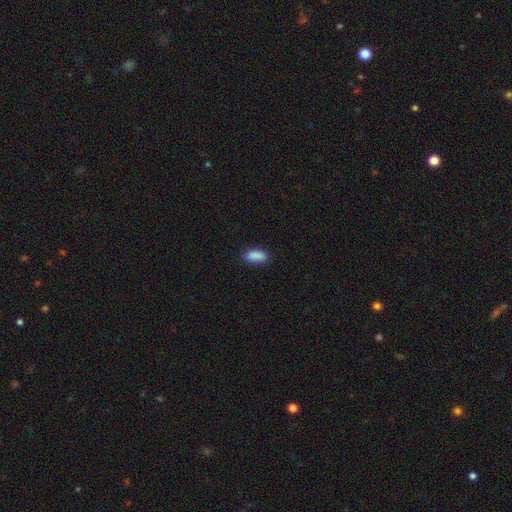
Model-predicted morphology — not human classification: smooth_or_featured: smooth (p=0.88) [alt: star or artifact p=0.08]
how_rounded: in between (p=0.81) [alt: cigar-shaped p=0.17]
merging: none (p=0.79) [alt: minor disturbance p=0.16]